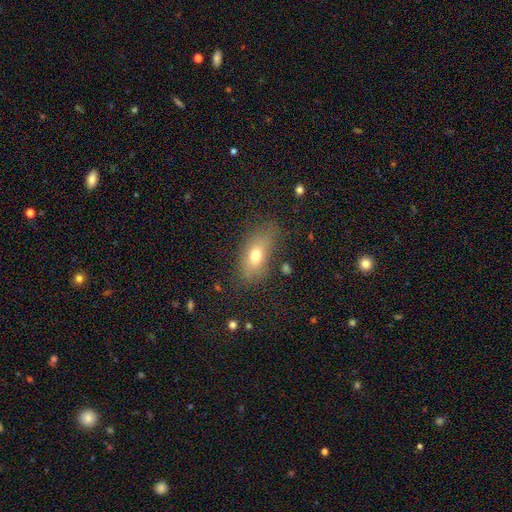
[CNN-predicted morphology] Smooth or featured? smooth (71%)
How rounded? in between (83%)
Merging? none (69%)